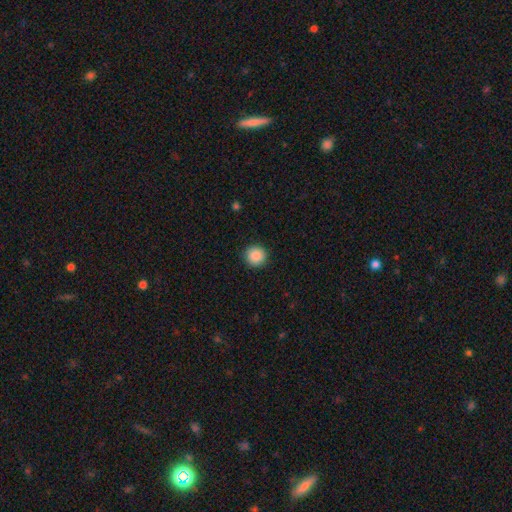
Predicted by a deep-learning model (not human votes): This is clearly a smooth galaxy (89%). How rounded: clearly round (95%). Merging: clearly none (92%).